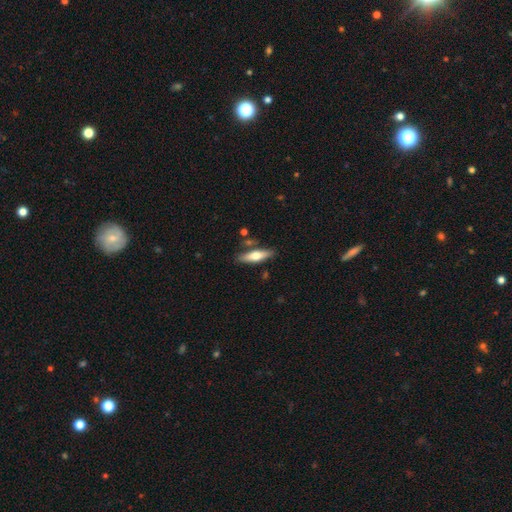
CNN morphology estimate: This is possibly a smooth galaxy (56%). How rounded: likely cigar-shaped (62%). Merging: likely none (79%).